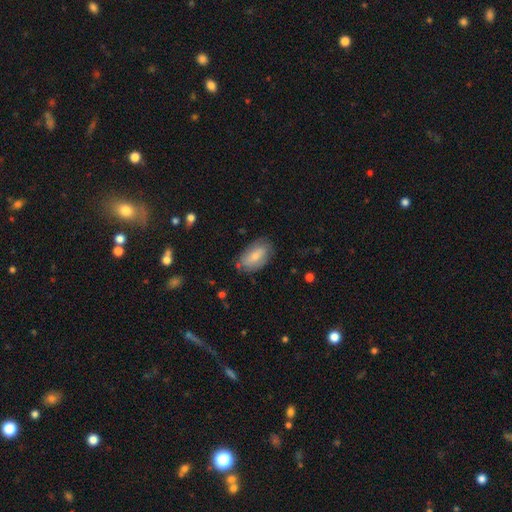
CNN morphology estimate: This appears to be a smooth galaxy with no disk features (60%) that is in between round and cigar-shaped (91%). Merging: none (73%).